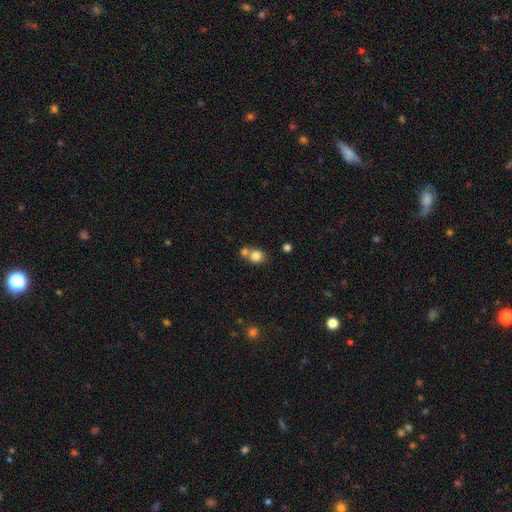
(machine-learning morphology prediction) smooth_or_featured: smooth (p=0.81) [alt: star or artifact p=0.10]
how_rounded: round (p=0.74) [alt: in between p=0.25]
merging: none (p=0.48) [alt: merger p=0.40]